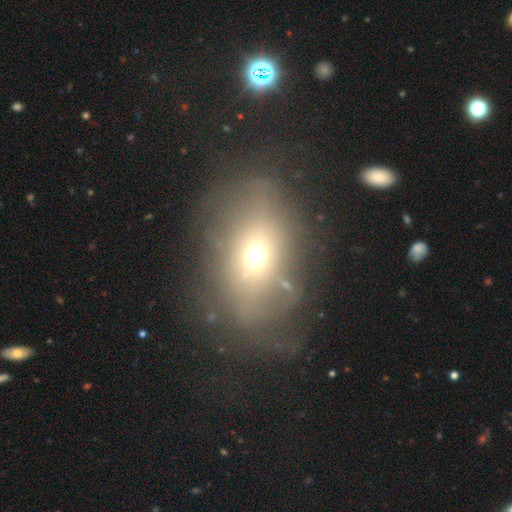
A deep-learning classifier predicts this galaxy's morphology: smooth-or-featured: smooth: 53% | featured or disk: 32% | star or artifact: 15%
  how-rounded: in between: 68% | round: 30% | cigar-shaped: 2%
  merging: none: 52% | minor disturbance: 23% | major disturbance: 22% | merger: 4%